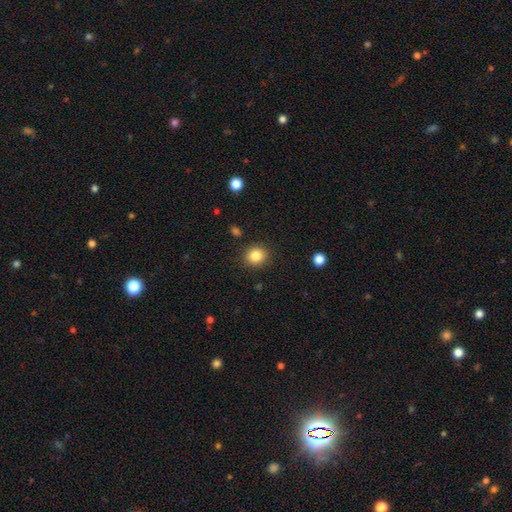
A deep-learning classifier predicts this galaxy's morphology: Q: Smooth or featured?
A: smooth (84%); runner-up: star or artifact (10%)
Q: How rounded?
A: round (82%); runner-up: in between (17%)
Q: Merging?
A: none (89%); runner-up: minor disturbance (7%)